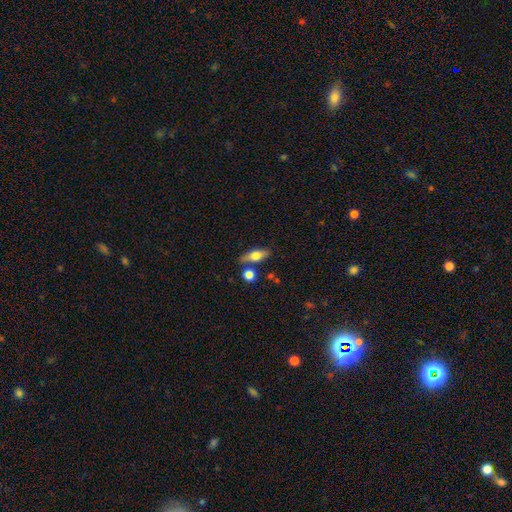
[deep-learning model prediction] This is likely a smooth galaxy (63%). How rounded: likely in between (66%). Merging: likely none (70%).